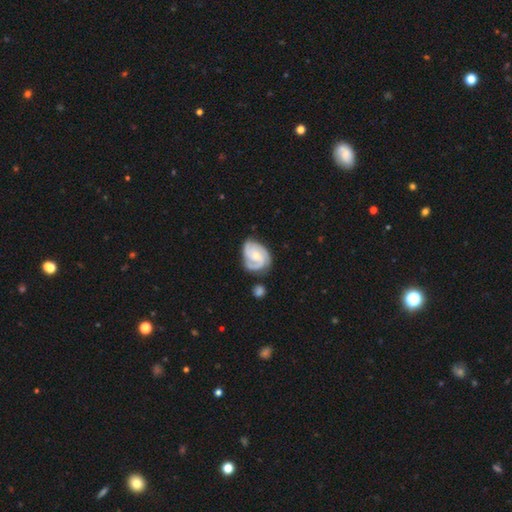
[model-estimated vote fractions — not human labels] Smooth or featured? Predicted: featured or disk (p=0.84). Edge-on disk? Predicted: no (p=0.98). Bar? Predicted: no (p=0.60). Spiral arms? Predicted: yes (p=0.97). Spiral winding? Predicted: tight (p=0.54). Spiral arm count? Predicted: 3 (p=0.54). Bulge size? Predicted: moderate (p=0.51). Merging? Predicted: none (p=0.64).